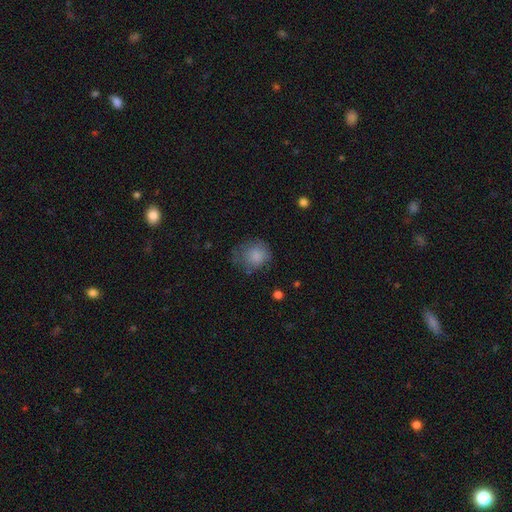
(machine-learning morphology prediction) A smooth galaxy with no disk features (81%) that is round (80%).

Vote fractions:
- Smooth or featured? smooth: 81% / featured or disk: 10% / star or artifact: 9%
- How rounded? round: 80% / in between: 19% / cigar-shaped: 1%
- Merging? none: 56% / minor disturbance: 28% / major disturbance: 13% / merger: 2%